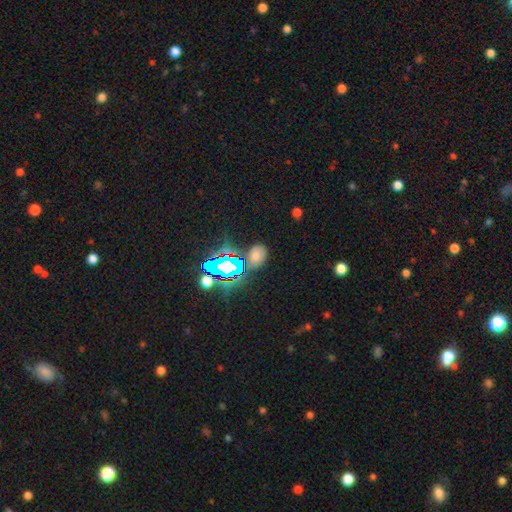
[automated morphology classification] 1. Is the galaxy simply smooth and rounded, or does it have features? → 56% smooth, 33% star or artifact, 10% featured or disk.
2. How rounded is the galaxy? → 71% in between, 27% round, 2% cigar-shaped.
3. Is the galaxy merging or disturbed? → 73% none, 15% minor disturbance, 6% merger, 6% major disturbance.